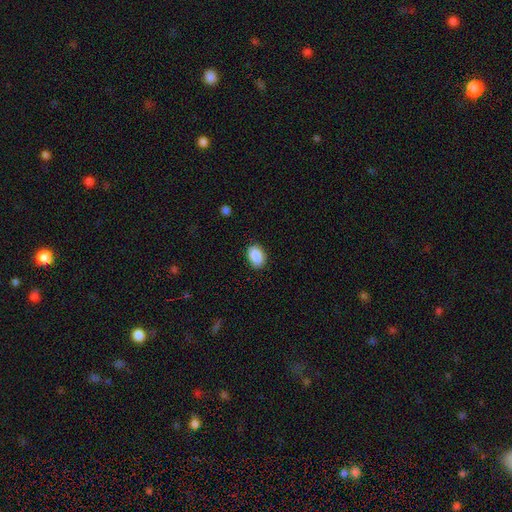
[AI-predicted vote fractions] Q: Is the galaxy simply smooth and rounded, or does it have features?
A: smooth — 90%.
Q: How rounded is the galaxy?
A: in between — 83%.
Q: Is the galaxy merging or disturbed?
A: none — 85%.